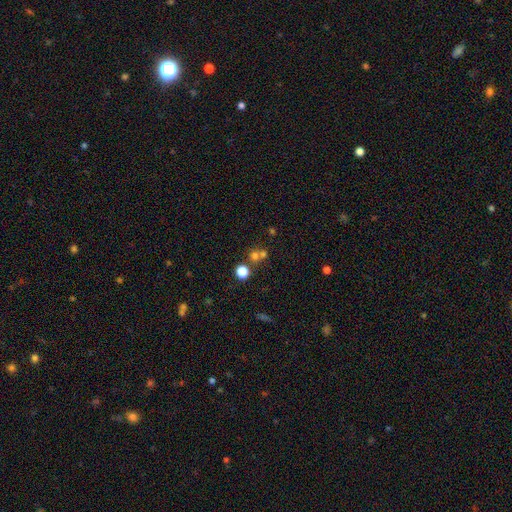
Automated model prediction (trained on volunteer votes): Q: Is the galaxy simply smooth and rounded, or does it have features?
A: smooth — 63%.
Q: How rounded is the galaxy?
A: round — 88%.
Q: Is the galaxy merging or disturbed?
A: none — 53%.